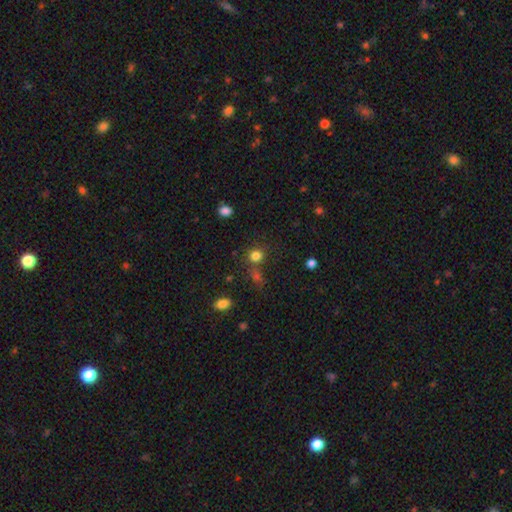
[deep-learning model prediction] Smooth or featured: smooth — 80% (star or artifact — 14%)
How rounded: round — 84% (in between — 15%)
Merging: none — 69% (merger — 14%)